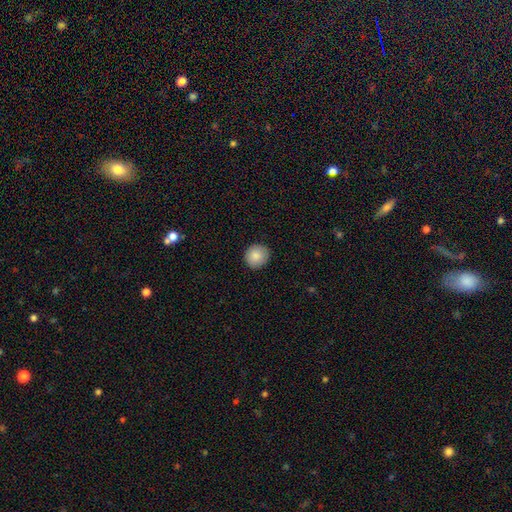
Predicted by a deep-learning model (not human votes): This appears to be a smooth galaxy with no disk features (87%) that is round (90%). Merging: none (91%).